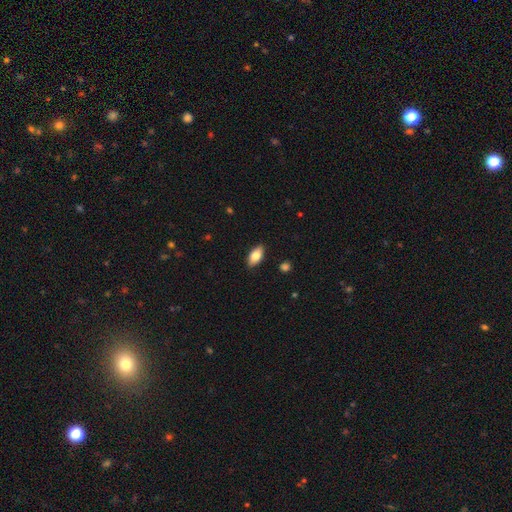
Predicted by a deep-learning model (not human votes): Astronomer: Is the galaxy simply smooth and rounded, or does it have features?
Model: smooth — 76%.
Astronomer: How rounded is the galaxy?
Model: in between — 89%.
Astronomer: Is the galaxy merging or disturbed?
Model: none — 88%.